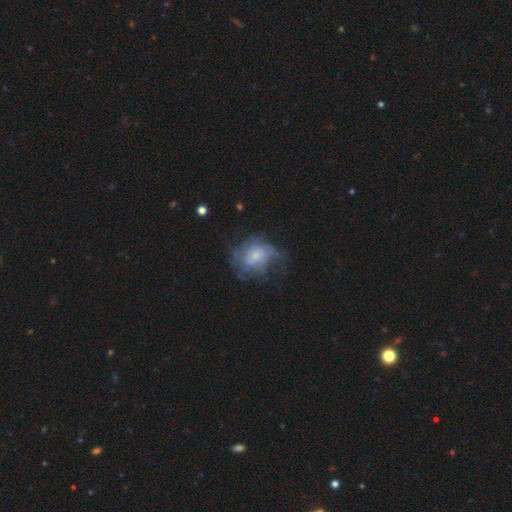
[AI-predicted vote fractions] Smooth or featured? Predicted: featured or disk (p=0.59). Edge-on disk? Predicted: no (p=0.97). Bar? Predicted: no (p=0.77). Spiral arms? Predicted: yes (p=0.64). Bulge size? Predicted: small (p=0.57). Merging? Predicted: none (p=0.47).